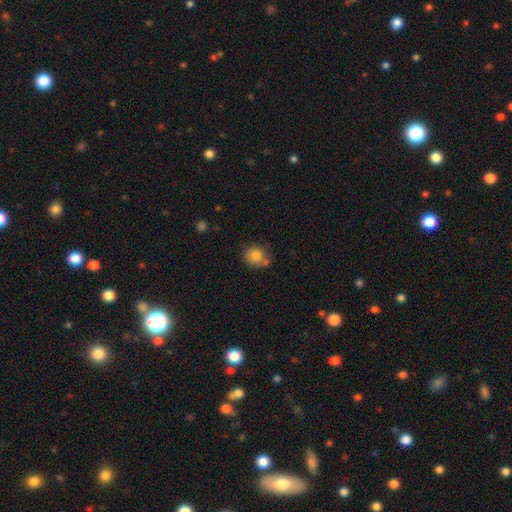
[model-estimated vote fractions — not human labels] Smooth or featured: smooth — 82% (star or artifact — 9%)
How rounded: round — 84% (in between — 15%)
Merging: none — 59% (minor disturbance — 19%)